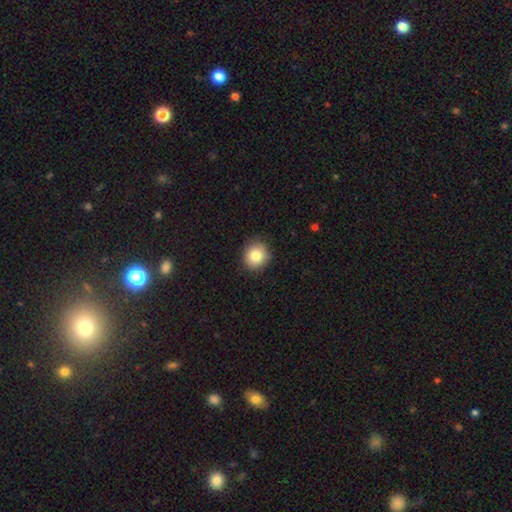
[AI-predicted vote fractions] Smooth or featured: smooth — 83% (star or artifact — 10%)
How rounded: round — 85% (in between — 14%)
Merging: none — 88% (minor disturbance — 9%)